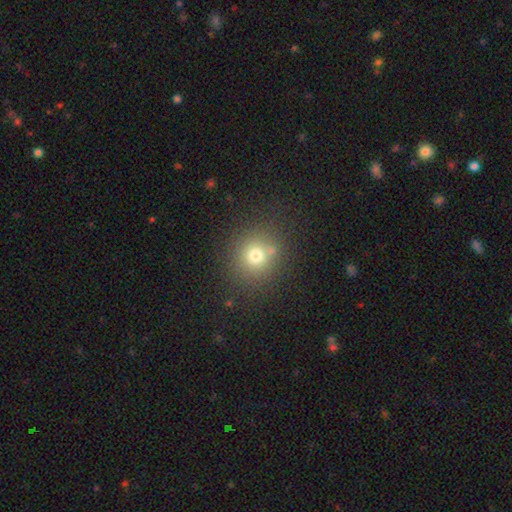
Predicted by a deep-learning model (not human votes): Q: Smooth or featured?
A: smooth (73%); runner-up: star or artifact (17%)
Q: How rounded?
A: round (86%); runner-up: in between (13%)
Q: Merging?
A: none (79%); runner-up: minor disturbance (10%)